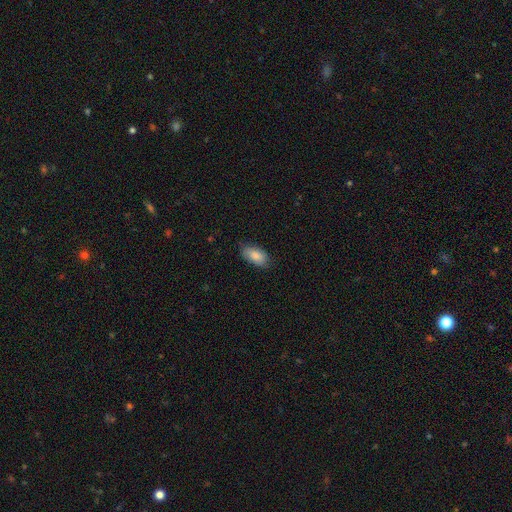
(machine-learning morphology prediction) Smooth or featured? Predicted: smooth (p=0.84). How rounded? Predicted: in between (p=0.93). Merging? Predicted: none (p=0.78).